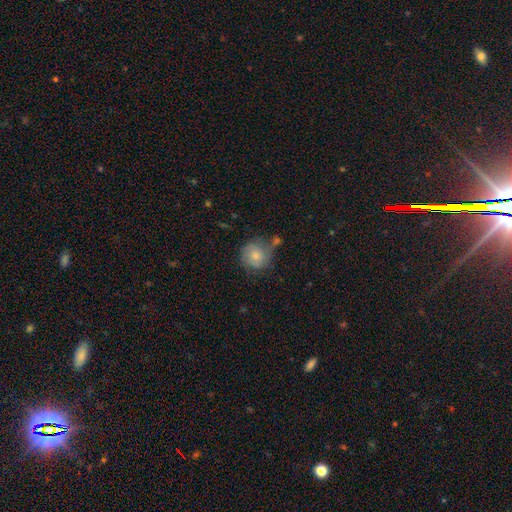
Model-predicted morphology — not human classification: This appears to be a smooth galaxy with no disk features (61%) that is round (89%). Merging: none (56%).